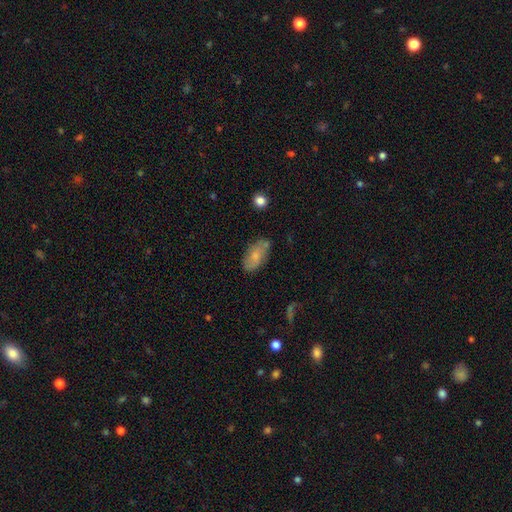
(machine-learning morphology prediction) smooth 70%, featured or disk 23%, star or artifact 7%. Down the decision tree: how rounded — in between (90%); merging — none (70%).